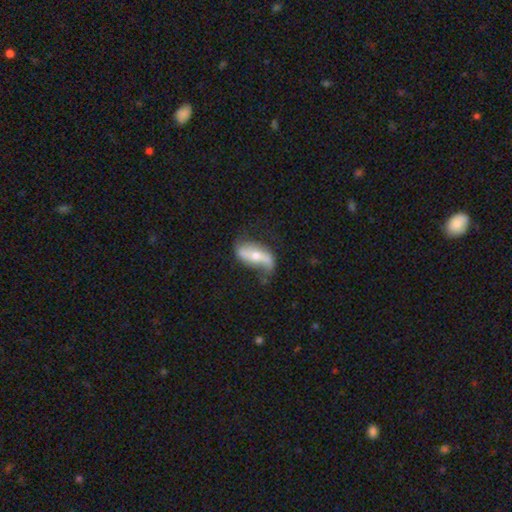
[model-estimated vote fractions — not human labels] Overall: featured or disk (68%). Edge-on disk: no (85%). Bar: no (39%; strong 34%). Spiral arms: yes (80%). Bulge size: moderate (60%; small 33%). Merging: none (54%; minor disturbance 28%).